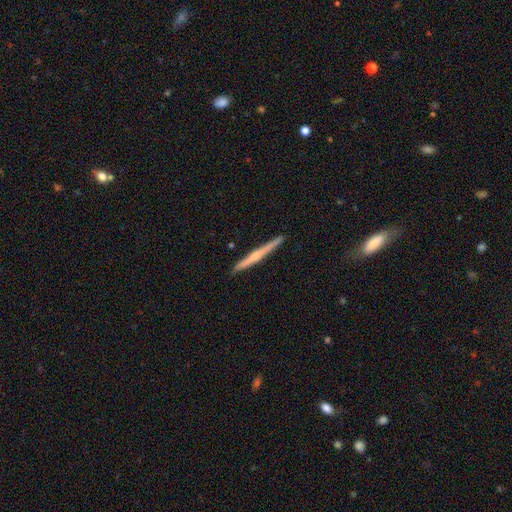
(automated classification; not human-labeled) smooth_or_featured: featured or disk (p=0.59) [alt: smooth p=0.35]
disk_edge_on: yes (p=0.98) [alt: no p=0.02]
edge_on_bulge: rounded (p=0.56) [alt: none p=0.36]
merging: none (p=0.92) [alt: minor disturbance p=0.06]